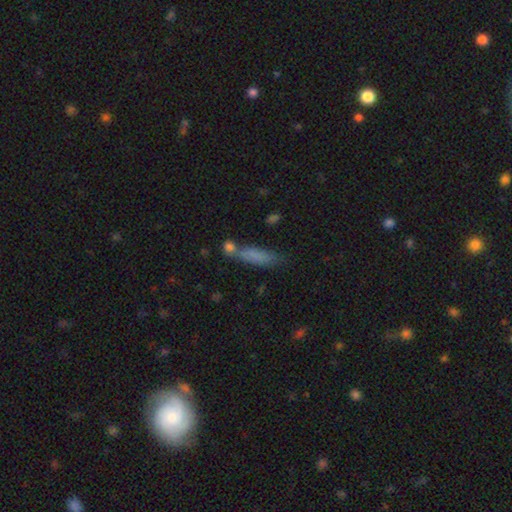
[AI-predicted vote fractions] Morphology: type=smooth (77%); roundness=cigar-shaped (62%); merging=none (53%).